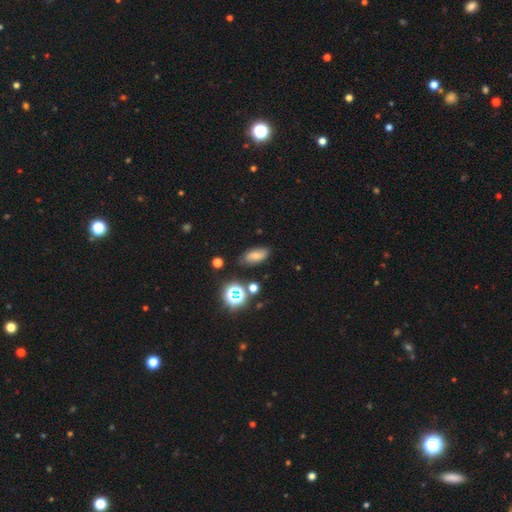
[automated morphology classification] type=smooth (64%); roundness=in between (85%); merging=none (78%).